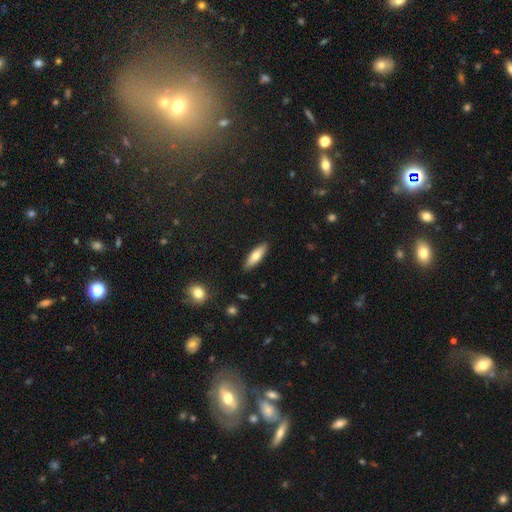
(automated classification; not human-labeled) A smooth galaxy with no disk features (69%) that is cigar-shaped (53%).

Vote fractions:
- Smooth or featured? smooth: 69% / featured or disk: 25% / star or artifact: 6%
- How rounded? cigar-shaped: 53% / in between: 45% / round: 2%
- Merging? none: 88% / minor disturbance: 9% / major disturbance: 2% / merger: 1%